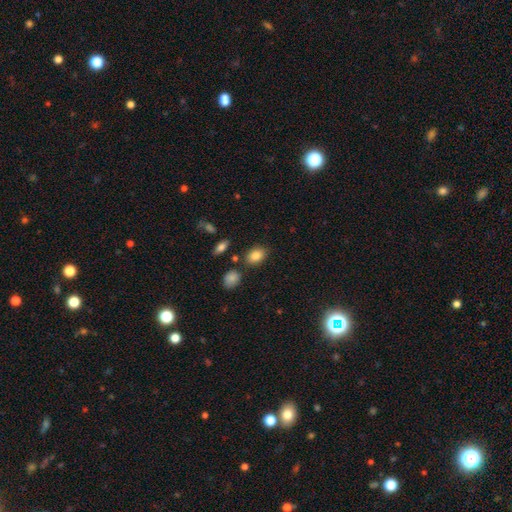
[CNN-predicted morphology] This appears to be a smooth galaxy with no disk features (85%) that is in between round and cigar-shaped (81%). Merging: none (79%).